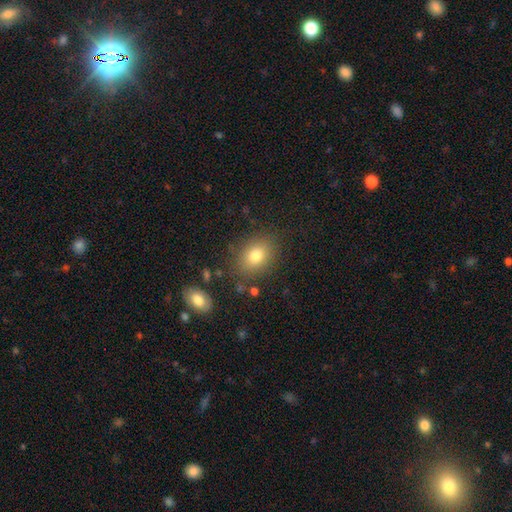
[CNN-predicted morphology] The model was most divided on "how rounded": in between: 67%, round: 32%, cigar-shaped: 1%. More confident: merging — none (82%); smooth or featured — smooth (79%).